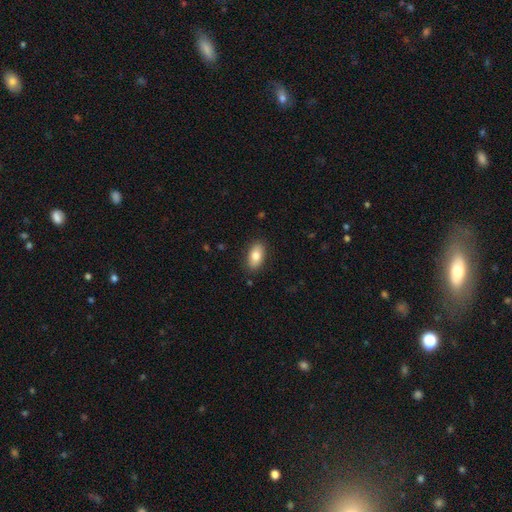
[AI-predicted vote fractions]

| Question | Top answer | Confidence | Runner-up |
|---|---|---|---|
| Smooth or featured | smooth | 82% | featured or disk (11%) |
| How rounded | in between | 92% | round (5%) |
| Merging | none | 87% | minor disturbance (10%) |